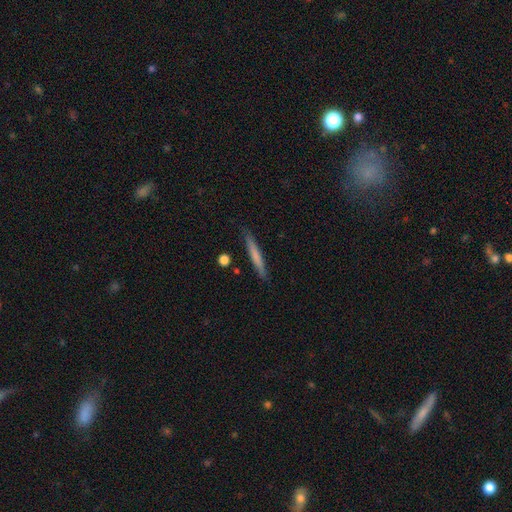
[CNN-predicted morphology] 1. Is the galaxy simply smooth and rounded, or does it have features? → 65% smooth, 29% featured or disk, 6% star or artifact.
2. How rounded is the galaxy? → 96% cigar-shaped, 3% in between, 1% round.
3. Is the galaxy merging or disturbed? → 87% none, 9% minor disturbance, 2% merger, 2% major disturbance.